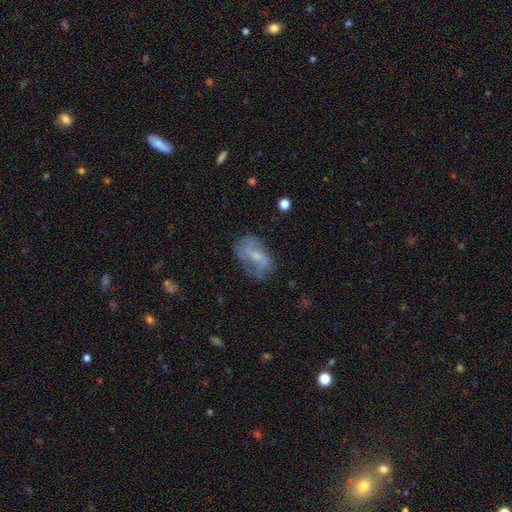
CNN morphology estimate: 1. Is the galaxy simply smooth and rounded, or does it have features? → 62% featured or disk, 29% smooth, 8% star or artifact.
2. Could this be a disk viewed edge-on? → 96% no, 4% yes.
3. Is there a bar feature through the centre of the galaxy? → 44% no (tied), 44% weak (tied), 11% strong.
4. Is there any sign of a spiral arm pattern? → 76% yes, 24% no.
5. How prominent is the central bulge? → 47% small, 34% moderate, 14% none, 3% large, 1% dominant.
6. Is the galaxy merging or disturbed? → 57% none, 25% minor disturbance, 15% major disturbance, 2% merger.